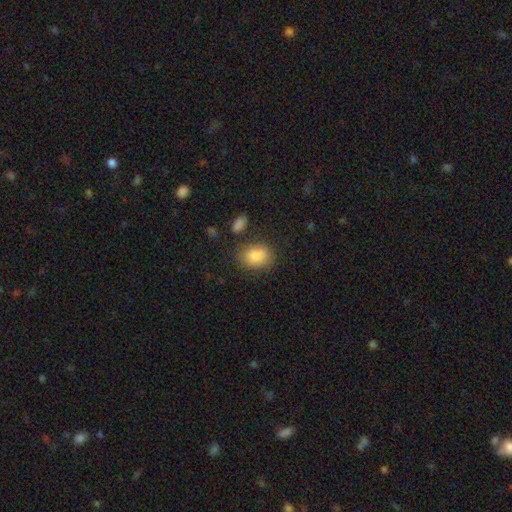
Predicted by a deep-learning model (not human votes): smooth_or_featured: smooth (p=0.87) [alt: star or artifact p=0.07]
how_rounded: in between (p=0.70) [alt: round p=0.29]
merging: none (p=0.76) [alt: minor disturbance p=0.15]